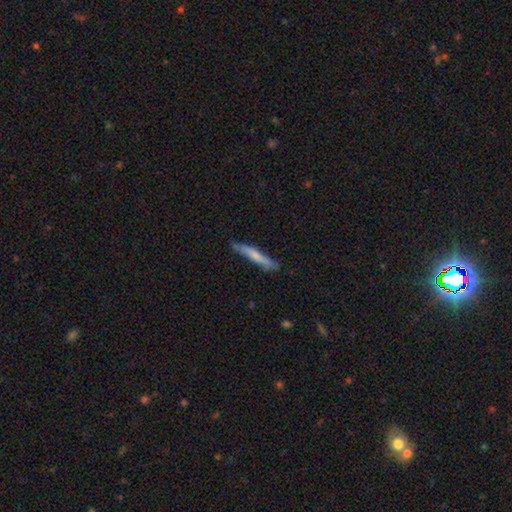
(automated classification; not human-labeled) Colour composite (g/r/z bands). It shows a smooth galaxy with no disk features (61%) that is cigar-shaped (94%). Merging: none (78%).